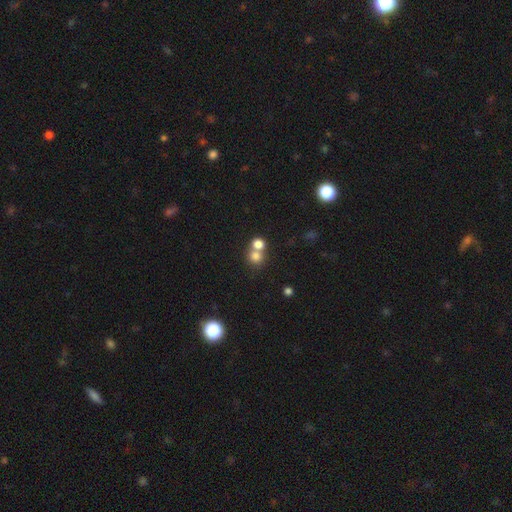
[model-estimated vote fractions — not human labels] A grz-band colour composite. It shows a smooth galaxy with no disk features (76%) that is round (80%). Merging: merger (50%).